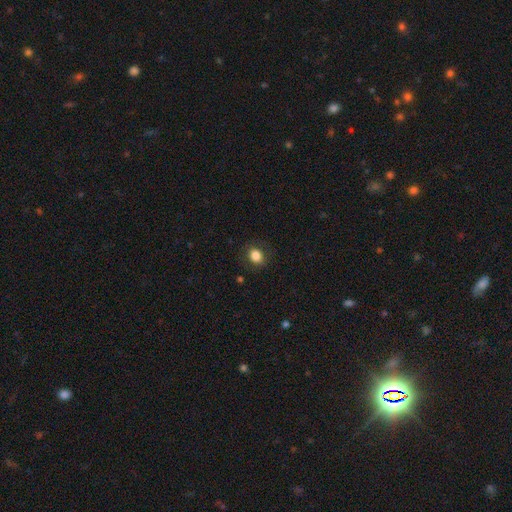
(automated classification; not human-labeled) Overall: smooth (84%). How rounded: round (55%; in between 44%). Merging: none (85%).